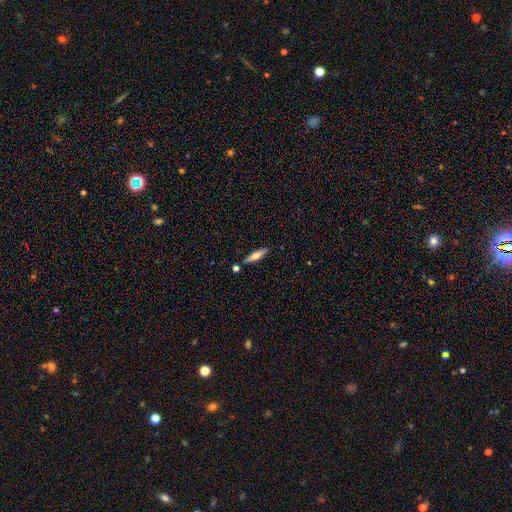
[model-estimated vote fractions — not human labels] smooth-or-featured: smooth: 48% | featured or disk: 46% | star or artifact: 6%
  merging: none: 83% | minor disturbance: 9% | merger: 5% | major disturbance: 2%